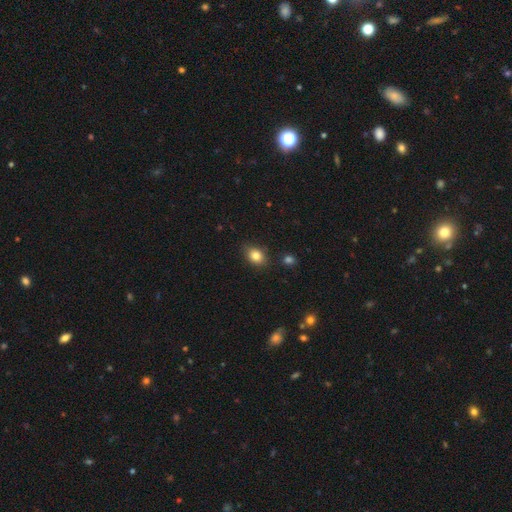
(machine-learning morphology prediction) smooth-or-featured: smooth: 83% | star or artifact: 10% | featured or disk: 7%
  how-rounded: in between: 66% | round: 32% | cigar-shaped: 1%
  merging: none: 81% | minor disturbance: 14% | major disturbance: 3% | merger: 3%